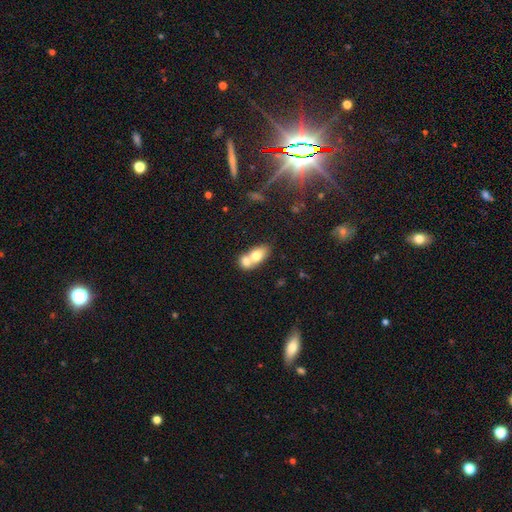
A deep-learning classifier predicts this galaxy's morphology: Smooth or featured? smooth (68%)
How rounded? in between (77%)
Merging? merger (71%)